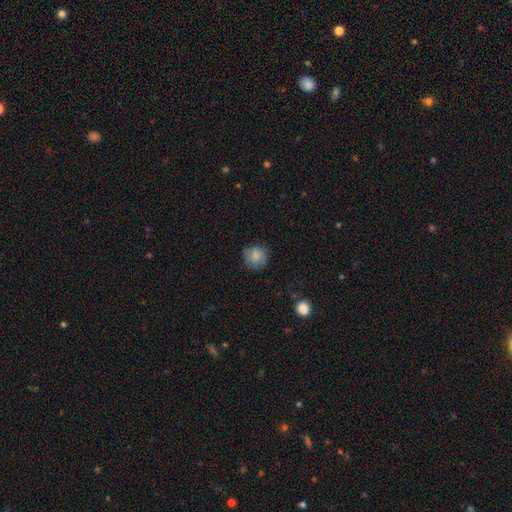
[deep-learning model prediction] The model was most divided on "merging": none: 78%, minor disturbance: 17%, major disturbance: 4%, merger: 1%. More confident: how rounded — round (88%); smooth or featured — smooth (82%).